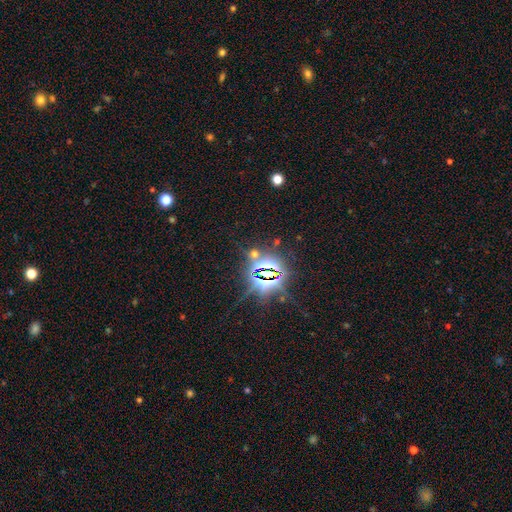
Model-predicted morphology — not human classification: This is clearly a star or artifact rather than a galaxy (85%).